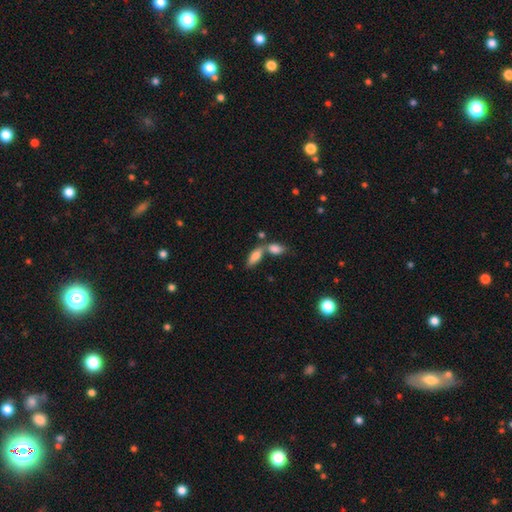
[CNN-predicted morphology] A smooth galaxy with no disk features (81%) that is in between round and cigar-shaped (78%). Merging: merger (49%).